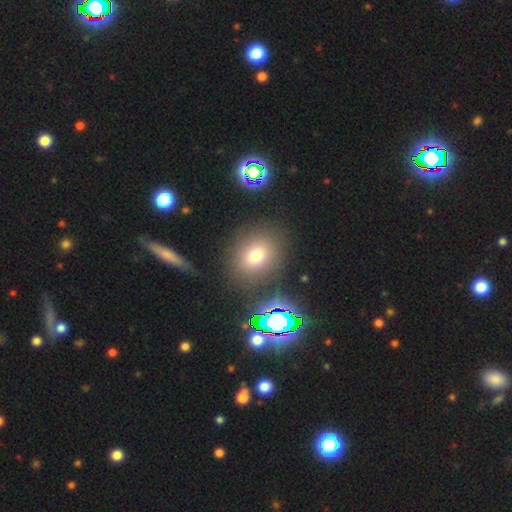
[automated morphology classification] Smooth or featured? smooth (70%)
How rounded? round (68%)
Merging? none (82%)